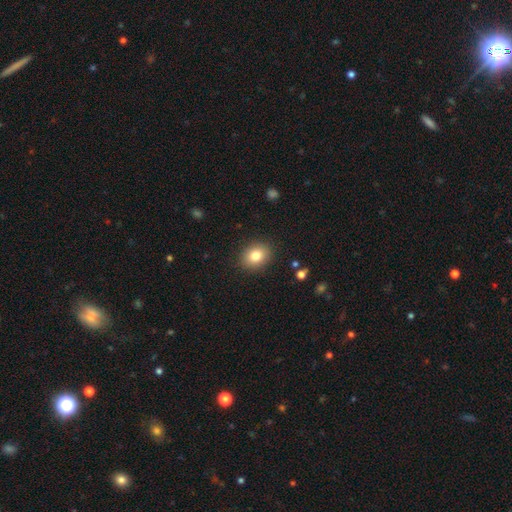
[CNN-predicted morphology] smooth-or-featured: smooth: 81% | star or artifact: 10% | featured or disk: 9%
  how-rounded: round: 52% | in between: 48% | cigar-shaped: 1%
  merging: none: 88% | minor disturbance: 8% | major disturbance: 2% | merger: 1%